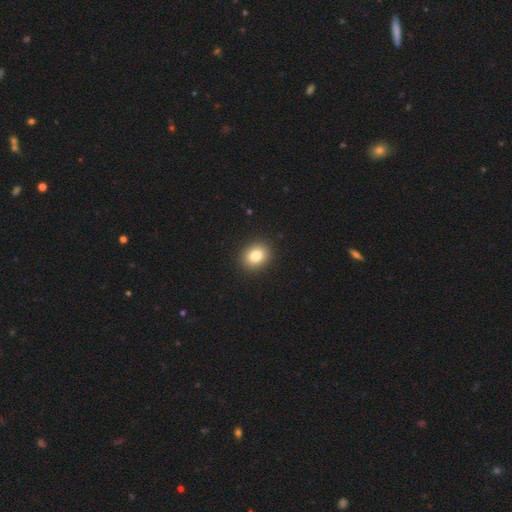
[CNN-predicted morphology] smooth 82%, star or artifact 10%, featured or disk 8%. Down the decision tree: how rounded — round (58%); merging — none (91%).